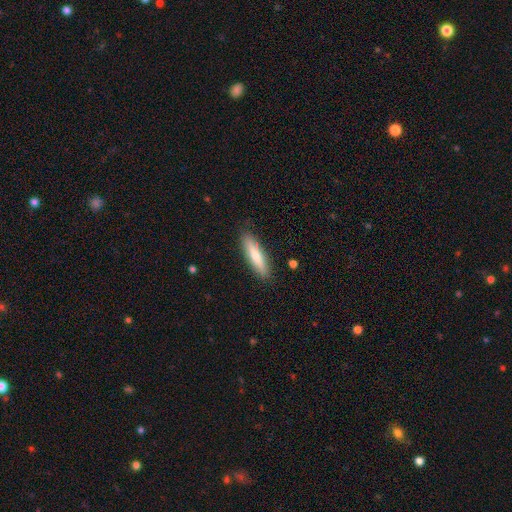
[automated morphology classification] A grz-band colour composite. It shows a smooth galaxy with no disk features (76%) that is cigar-shaped (75%). Merging: none (88%).